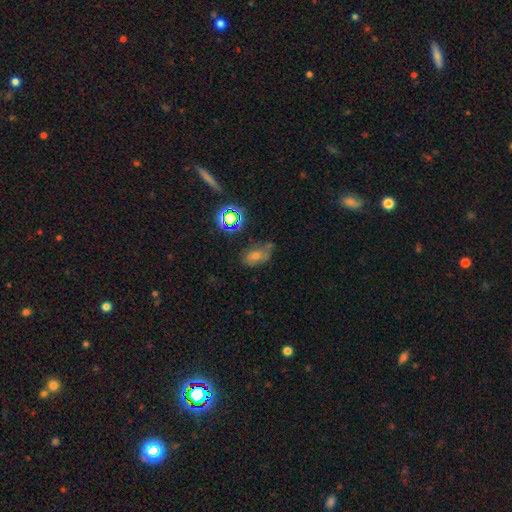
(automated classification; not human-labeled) A smooth galaxy with no disk features (62%) that is in between round and cigar-shaped (83%). Merging: none (46%).